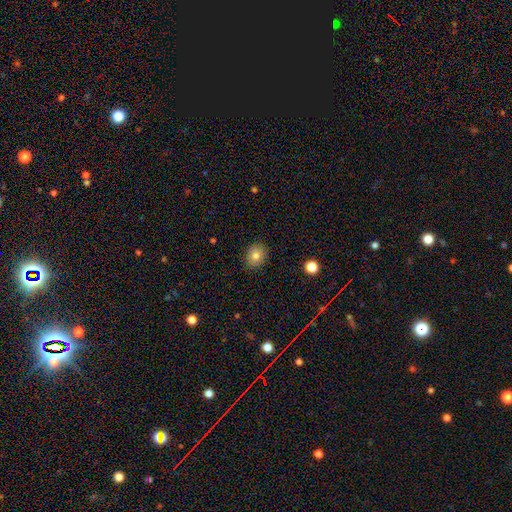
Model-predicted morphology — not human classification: type=smooth (79%); roundness=round (63%); merging=none (88%).